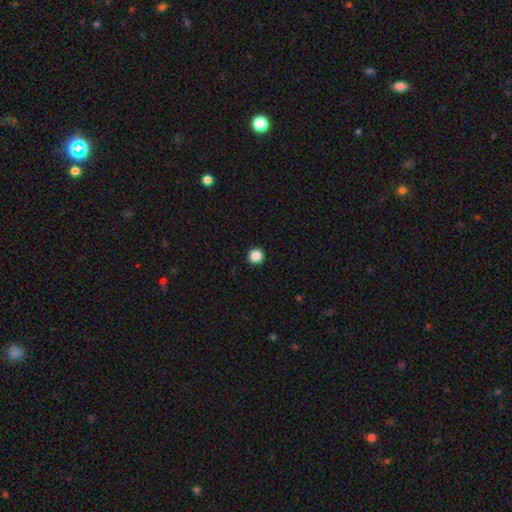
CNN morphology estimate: A smooth galaxy with no disk features (87%) that is round (97%).

Vote fractions:
- Smooth or featured? smooth: 87% / star or artifact: 10% / featured or disk: 3%
- How rounded? round: 97% / in between: 2% / cigar-shaped: 1%
- Merging? none: 95% / minor disturbance: 3% / major disturbance: 1% / merger: 1%